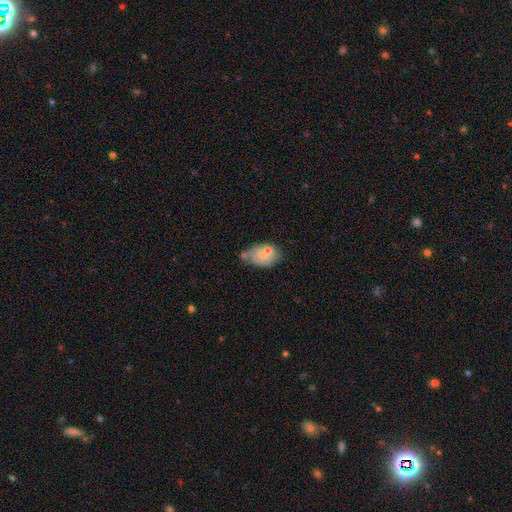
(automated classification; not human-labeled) This is likely a smooth galaxy (67%). How rounded: clearly in between (86%). Merging: marginally none (41%).